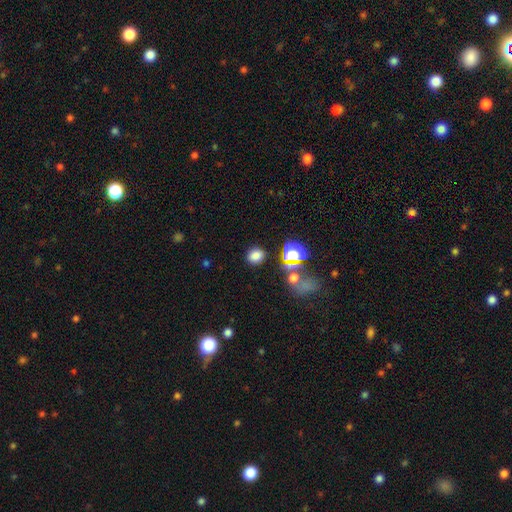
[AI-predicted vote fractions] Overall: smooth (76%). How rounded: round (68%; in between 31%). Merging: none (85%).